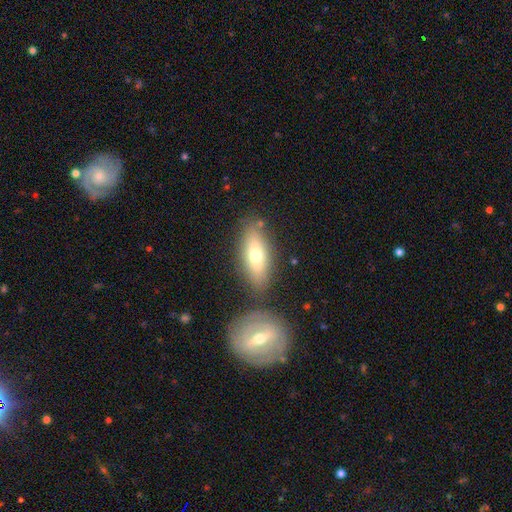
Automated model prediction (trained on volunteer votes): smooth_or_featured: smooth (p=0.61) [alt: featured or disk p=0.32]
how_rounded: in between (p=0.65) [alt: cigar-shaped p=0.31]
merging: none (p=0.72) [alt: merger p=0.14]